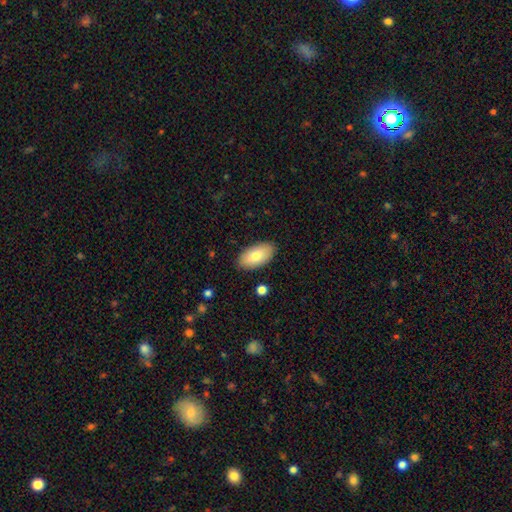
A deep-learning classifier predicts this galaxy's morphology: Smooth or featured? smooth (77%)
How rounded? in between (95%)
Merging? none (88%)